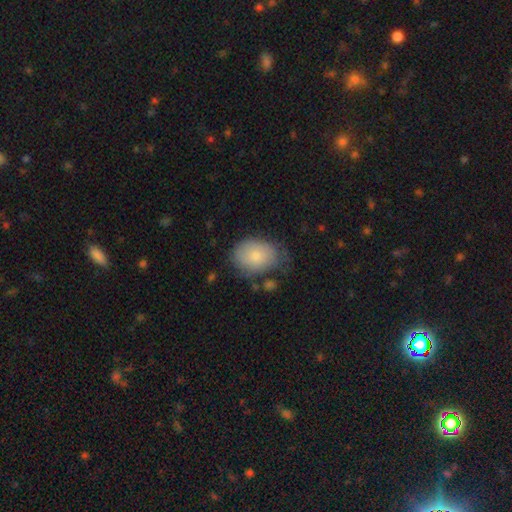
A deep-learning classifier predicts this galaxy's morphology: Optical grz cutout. It shows a smooth galaxy with no disk features (78%) that is in between round and cigar-shaped (67%). Merging: none (56%).